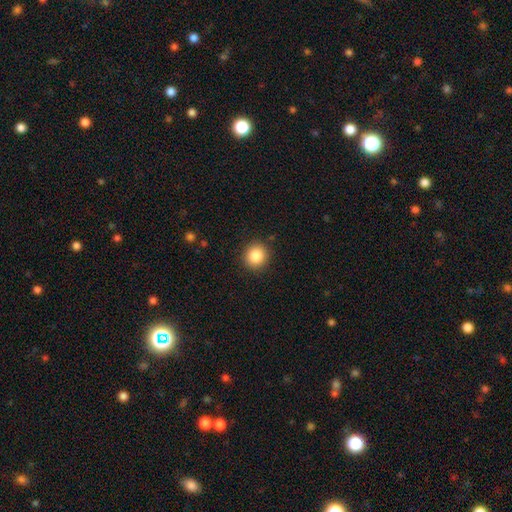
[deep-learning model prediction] Smooth or featured?
  - smooth: 85% *
  - star or artifact: 10%
  - featured or disk: 5%
How rounded?
  - round: 90% *
  - in between: 9%
  - cigar-shaped: 1%
Merging?
  - none: 90% *
  - minor disturbance: 6%
  - major disturbance: 2%
  - merger: 1%